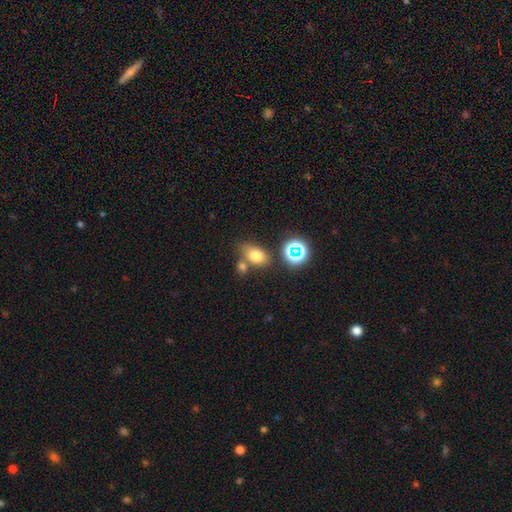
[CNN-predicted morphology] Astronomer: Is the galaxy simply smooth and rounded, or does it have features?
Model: smooth — 73%.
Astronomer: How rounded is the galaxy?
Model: in between — 77%.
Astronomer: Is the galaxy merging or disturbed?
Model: none — 58%.